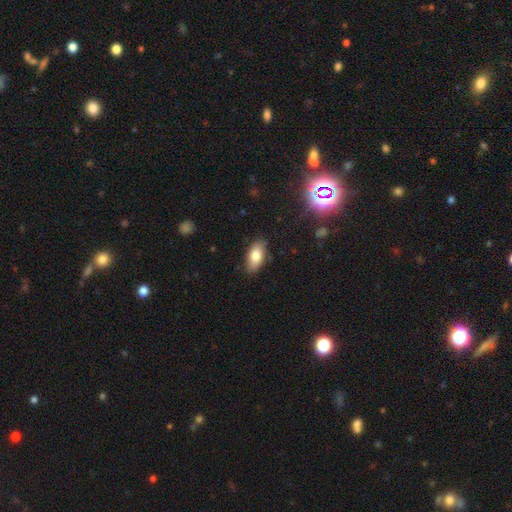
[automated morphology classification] Smooth or featured? Predicted: smooth (p=0.80). How rounded? Predicted: in between (p=0.89). Merging? Predicted: none (p=0.84).